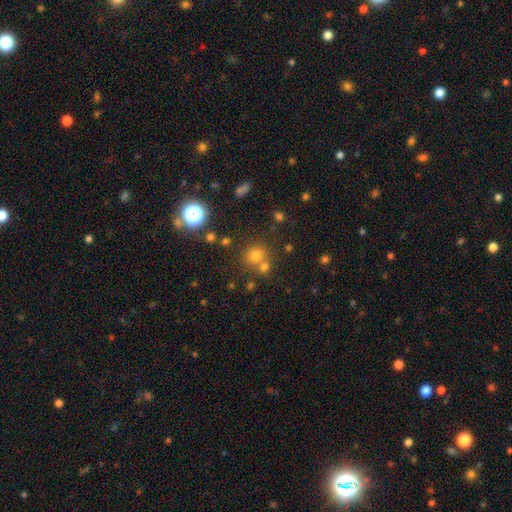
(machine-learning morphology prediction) A smooth galaxy with no disk features (64%) that is round (86%).

Vote fractions:
- Smooth or featured? smooth: 64% / star or artifact: 27% / featured or disk: 9%
- How rounded? round: 86% / in between: 13% / cigar-shaped: 1%
- Merging? none: 65% / merger: 23% / minor disturbance: 8% / major disturbance: 3%